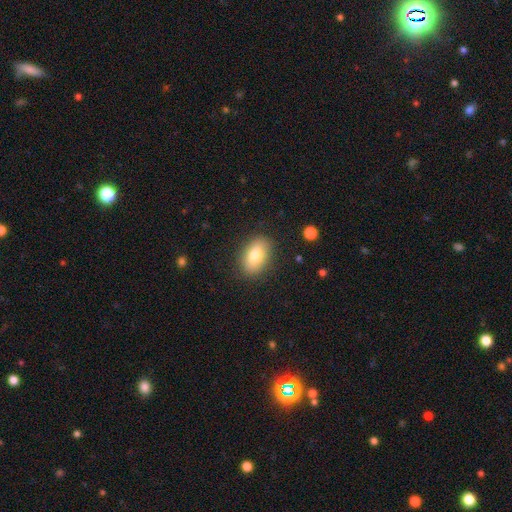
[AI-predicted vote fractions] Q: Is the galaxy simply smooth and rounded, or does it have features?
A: smooth — 78%.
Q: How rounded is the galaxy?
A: in between — 87%.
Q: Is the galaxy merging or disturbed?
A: none — 86%.